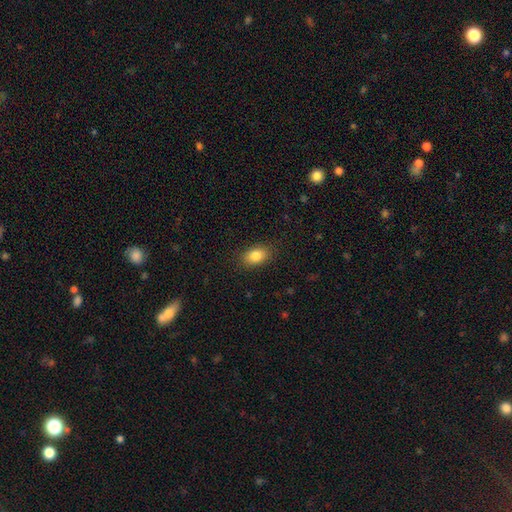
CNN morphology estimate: smooth-or-featured: smooth: 84% | star or artifact: 8% | featured or disk: 7%
  how-rounded: in between: 85% | round: 13% | cigar-shaped: 2%
  merging: none: 87% | minor disturbance: 9% | major disturbance: 3% | merger: 1%